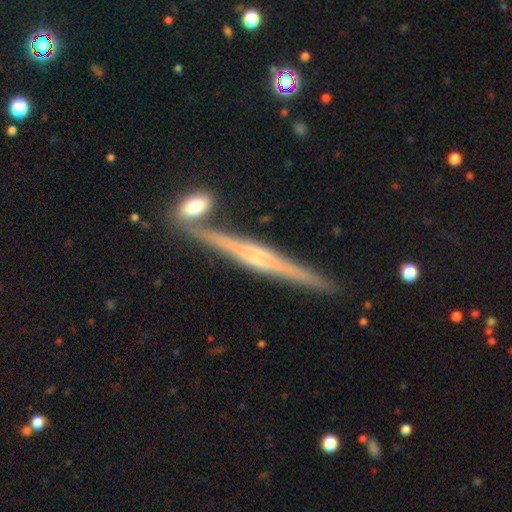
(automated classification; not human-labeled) A featured or disk galaxy (77%) viewed edge-on (97%) with a rounded central bulge (51%). Merging: none (81%).